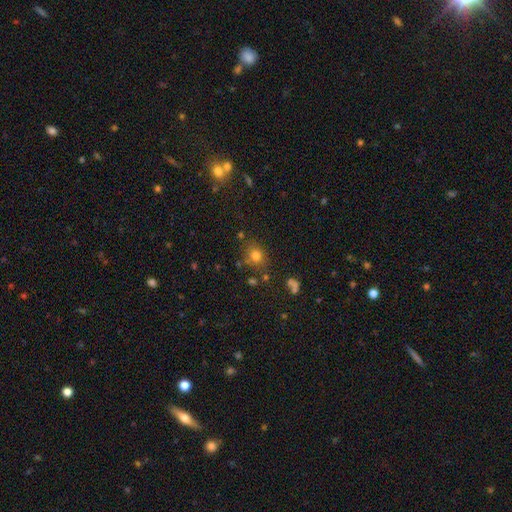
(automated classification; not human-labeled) smooth-or-featured: smooth: 75% | star or artifact: 16% | featured or disk: 8%
  how-rounded: round: 68% | in between: 31% | cigar-shaped: 1%
  merging: none: 74% | minor disturbance: 14% | merger: 7% | major disturbance: 5%